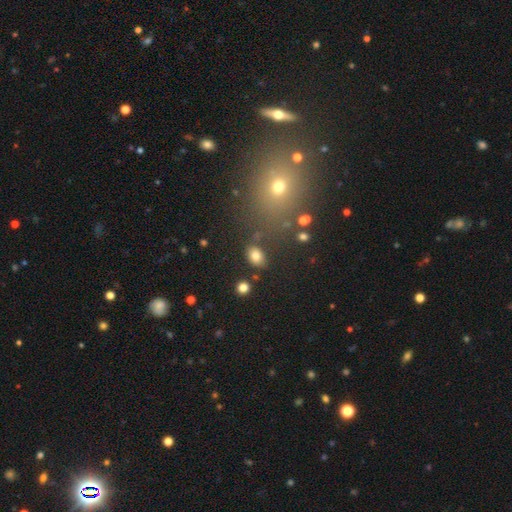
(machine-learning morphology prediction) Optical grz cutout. It shows a smooth galaxy with no disk features (81%) that is in between round and cigar-shaped (74%). Merging: none (80%).